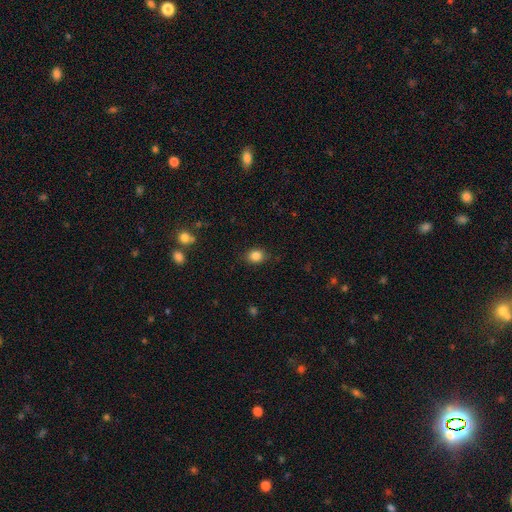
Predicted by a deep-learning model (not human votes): This appears to be a smooth galaxy with no disk features (85%) that is round (50%). Merging: none (85%).